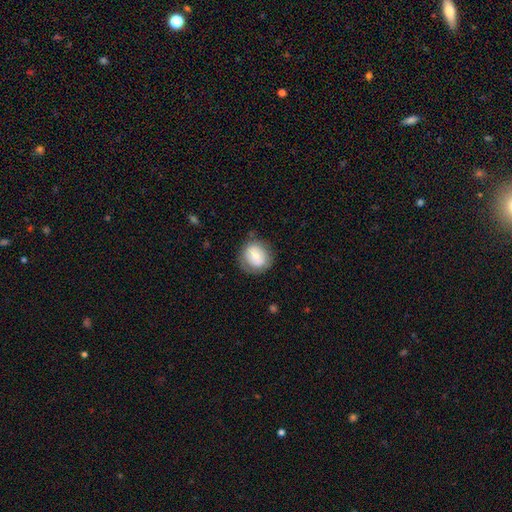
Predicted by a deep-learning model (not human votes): Smooth or featured? Predicted: smooth (p=0.59). How rounded? Predicted: round (p=0.78). Merging? Predicted: none (p=0.74).